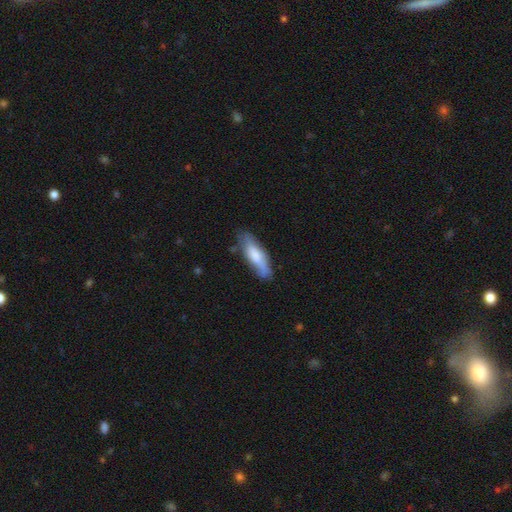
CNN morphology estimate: Overall: smooth (63%; featured or disk 31%). How rounded: cigar-shaped (58%; in between 40%). Merging: none (66%).